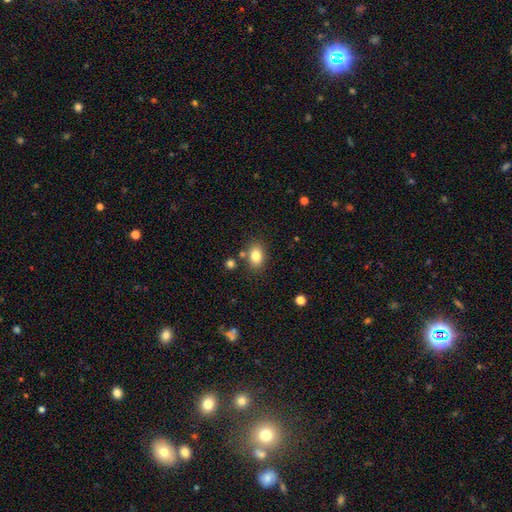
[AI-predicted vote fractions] Smooth or featured? Predicted: smooth (p=0.82). How rounded? Predicted: in between (p=0.69). Merging? Predicted: none (p=0.76).